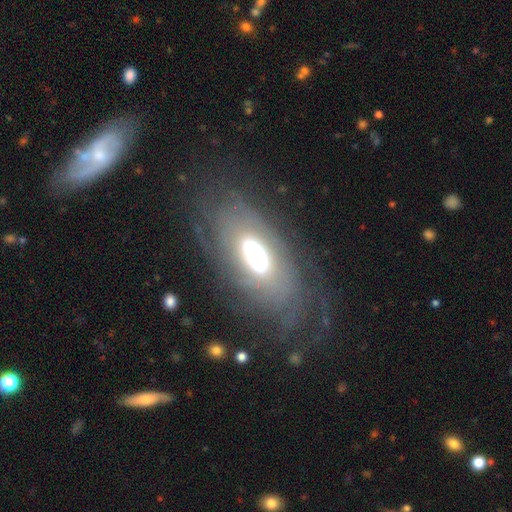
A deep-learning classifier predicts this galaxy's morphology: Overall: featured or disk (61%; smooth 29%). Edge-on disk: no (86%). Bar: no (80%). Spiral arms: yes (57%; no 43%). Bulge size: large (53%; dominant 22%). Merging: none (62%).